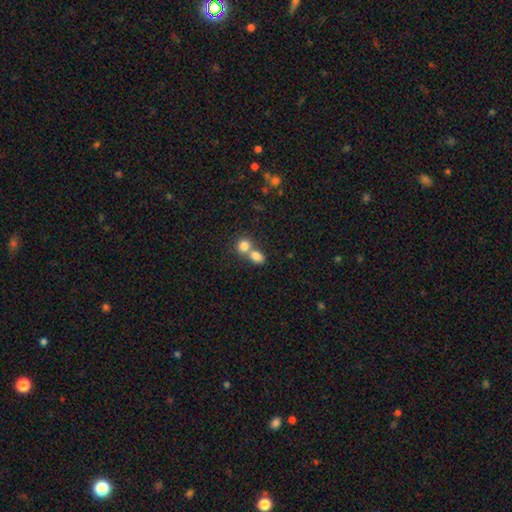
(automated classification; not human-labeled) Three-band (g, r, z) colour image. It shows a smooth galaxy with no disk features (80%) that is in between round and cigar-shaped (55%). Merging: merger (60%).